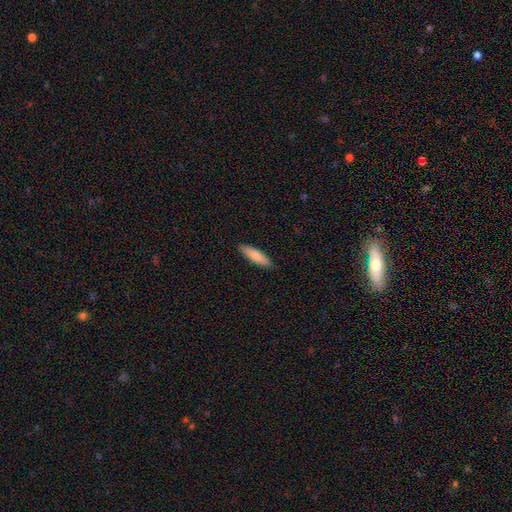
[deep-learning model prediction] smooth-or-featured: smooth: 79% | featured or disk: 15% | star or artifact: 5%
  how-rounded: cigar-shaped: 62% | in between: 36% | round: 2%
  merging: none: 88% | minor disturbance: 9% | major disturbance: 2% | merger: 1%